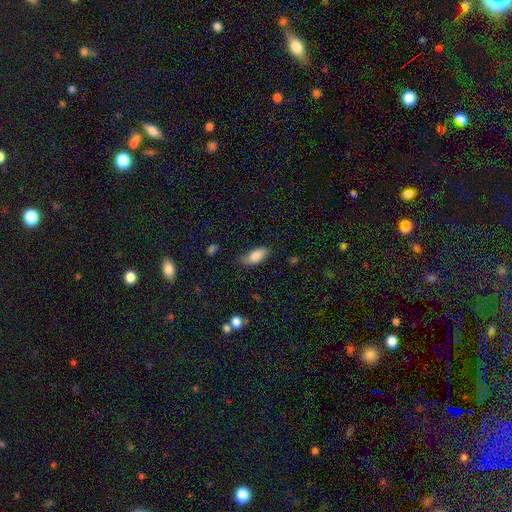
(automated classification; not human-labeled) Smooth or featured? smooth (83%)
How rounded? in between (89%)
Merging? none (57%)